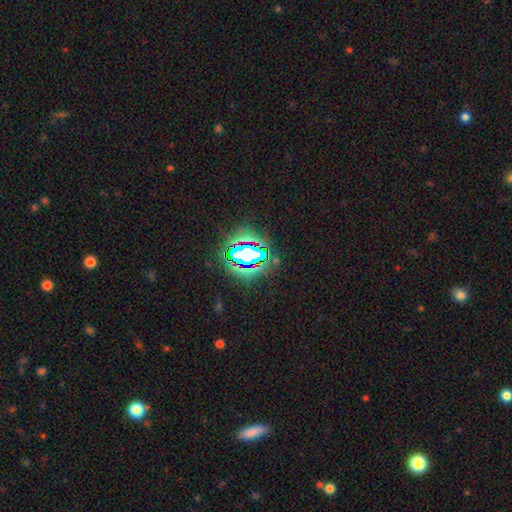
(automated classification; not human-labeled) Smooth or featured?
  - star or artifact: 81% *
  - smooth: 12%
  - featured or disk: 7%